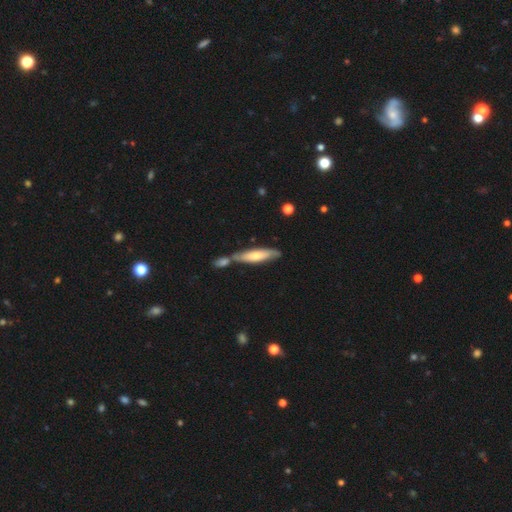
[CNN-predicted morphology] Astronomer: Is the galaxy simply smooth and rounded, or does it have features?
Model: smooth — 57% (runner-up: featured or disk, 38%).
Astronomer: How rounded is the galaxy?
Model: cigar-shaped — 75%.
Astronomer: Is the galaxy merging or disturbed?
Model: none — 51% (runner-up: merger, 32%).